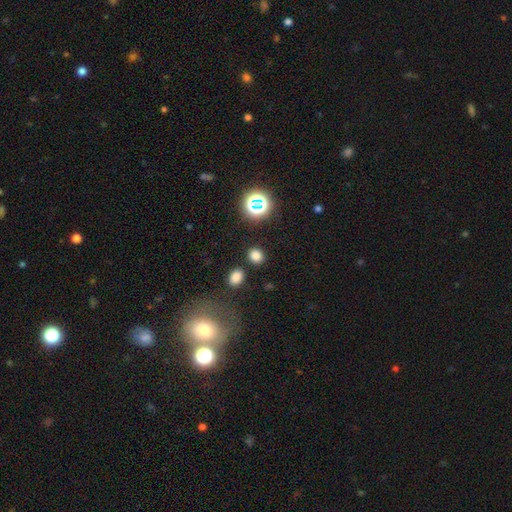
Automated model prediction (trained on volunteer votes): Q: Smooth or featured?
A: smooth (76%); runner-up: star or artifact (19%)
Q: How rounded?
A: round (69%); runner-up: in between (30%)
Q: Merging?
A: none (84%); runner-up: minor disturbance (7%)